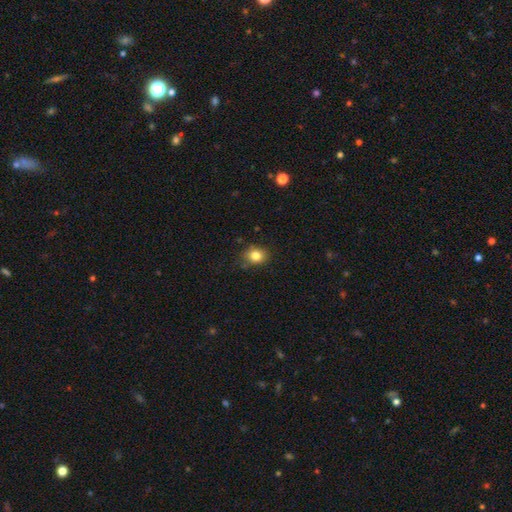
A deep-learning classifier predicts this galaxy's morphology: Q: Smooth or featured?
A: smooth (83%); runner-up: star or artifact (11%)
Q: How rounded?
A: round (69%); runner-up: in between (30%)
Q: Merging?
A: none (77%); runner-up: minor disturbance (18%)